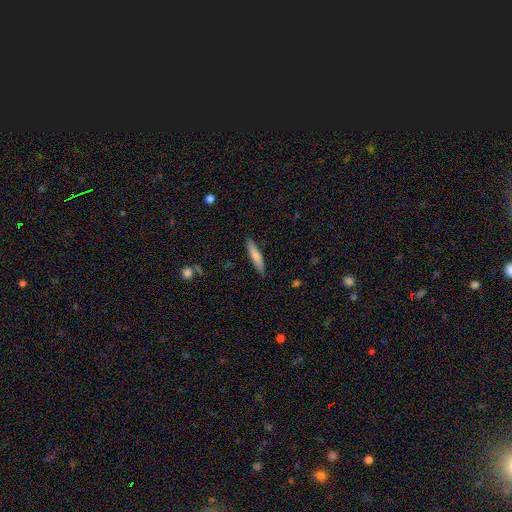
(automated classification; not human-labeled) Smooth or featured: smooth — 76% (featured or disk — 18%)
How rounded: cigar-shaped — 86% (in between — 13%)
Merging: none — 89% (minor disturbance — 8%)